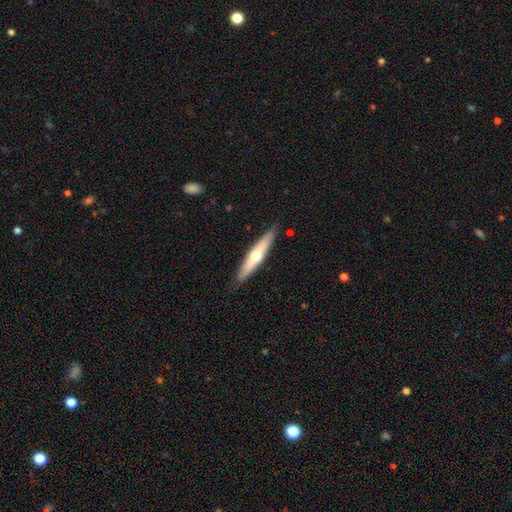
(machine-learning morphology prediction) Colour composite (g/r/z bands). It shows a featured or disk galaxy (49%). Merging: none (87%).